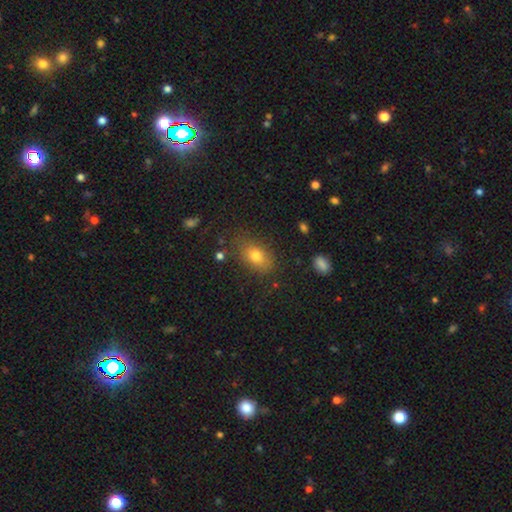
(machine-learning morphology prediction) Smooth or featured? smooth (77%)
How rounded? in between (79%)
Merging? none (76%)